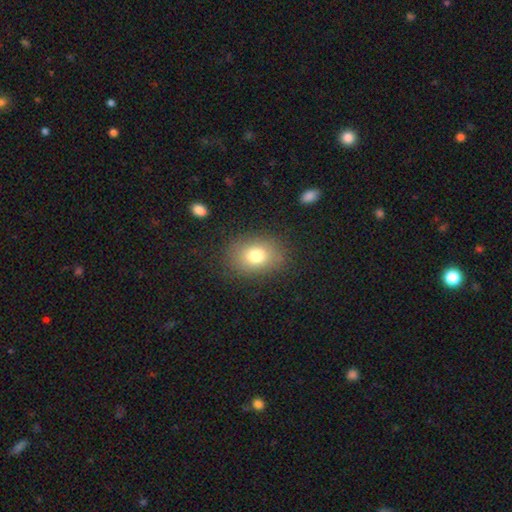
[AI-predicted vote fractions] Smooth or featured? smooth (77%)
How rounded? in between (64%)
Merging? none (83%)